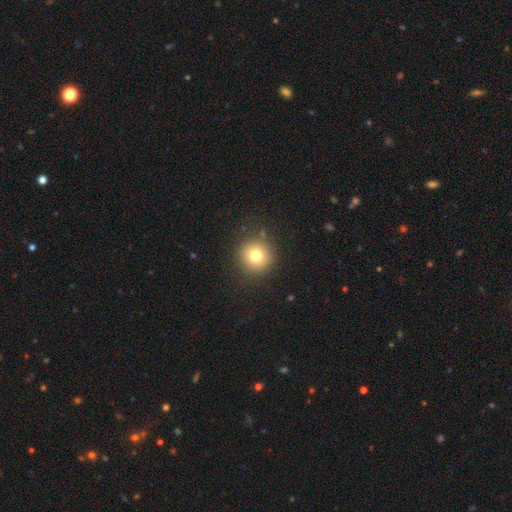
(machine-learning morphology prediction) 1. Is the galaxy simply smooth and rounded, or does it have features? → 76% smooth, 13% star or artifact, 11% featured or disk.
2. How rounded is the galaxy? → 95% round, 4% in between, 1% cigar-shaped.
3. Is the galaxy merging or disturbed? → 89% none, 7% minor disturbance, 3% major disturbance, 1% merger.